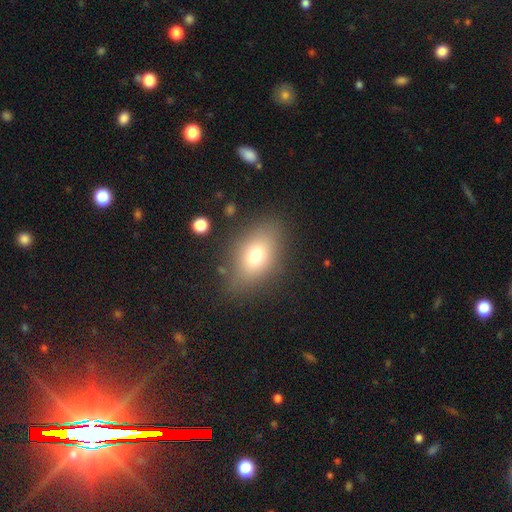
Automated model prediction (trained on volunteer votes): Morphology: type=smooth (71%); roundness=in between (83%); merging=none (80%).